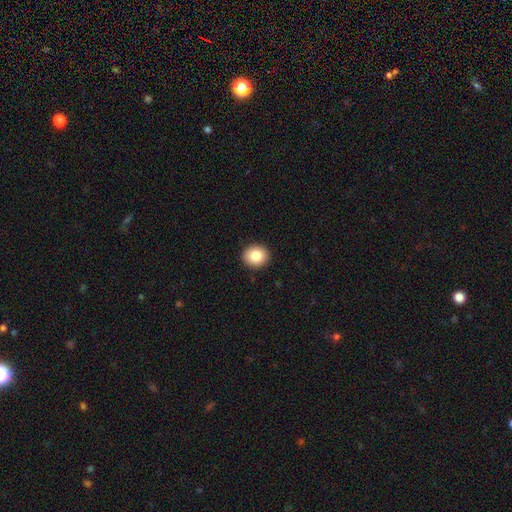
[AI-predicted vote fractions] smooth 84%, star or artifact 9%, featured or disk 7%. Down the decision tree: how rounded — round (84%); merging — none (92%).